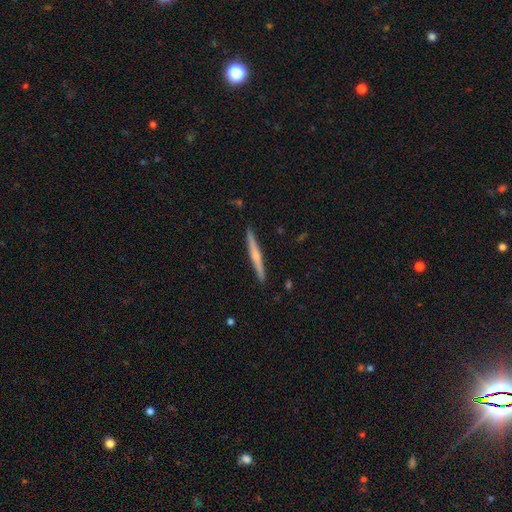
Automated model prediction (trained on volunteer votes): Smooth or featured: featured or disk — 59% (smooth — 35%)
Edge-on disk: yes — 98% (no — 2%)
Edge-on bulge: rounded — 68% (none — 25%)
Merging: none — 92% (minor disturbance — 6%)